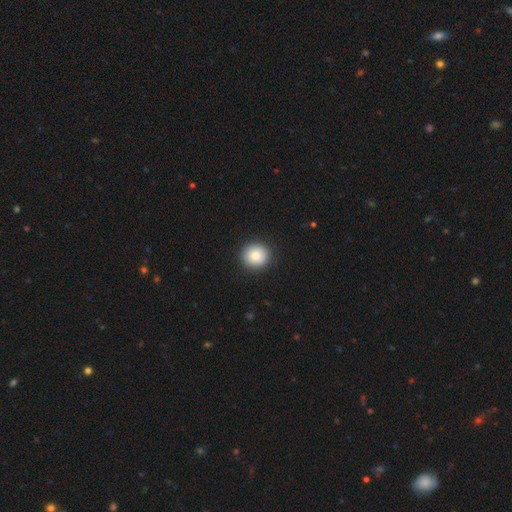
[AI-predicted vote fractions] Smooth or featured?
  - smooth: 84% *
  - star or artifact: 8%
  - featured or disk: 8%
How rounded?
  - round: 90% *
  - in between: 9%
  - cigar-shaped: 1%
Merging?
  - none: 91% *
  - minor disturbance: 6%
  - major disturbance: 2%
  - merger: 1%